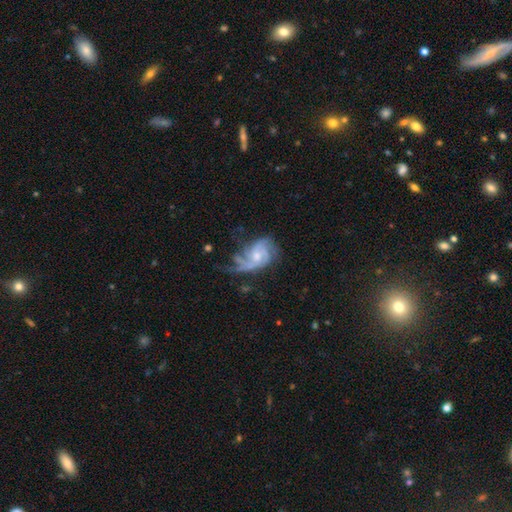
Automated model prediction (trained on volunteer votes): Smooth or featured: featured or disk — 71% (smooth — 15%)
Edge-on disk: no — 96% (yes — 4%)
Bar: no — 65% (weak — 29%)
Spiral arms: yes — 89% (no — 11%)
Spiral winding: medium — 40% (loose — 31%)
Spiral arm count: 2 — 35% (can't tell — 23%)
Bulge size: small — 49% (moderate — 42%)
Merging: none — 47% (major disturbance — 25%)